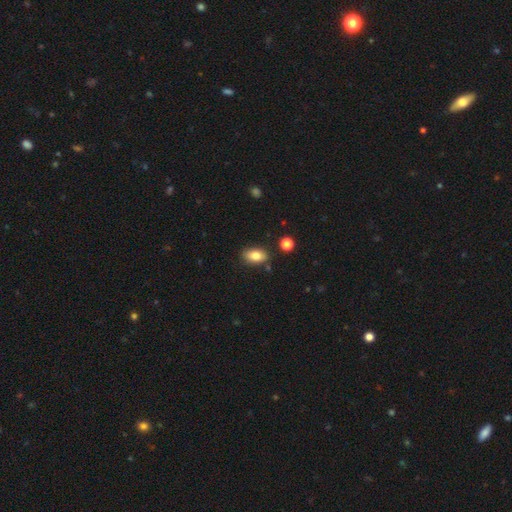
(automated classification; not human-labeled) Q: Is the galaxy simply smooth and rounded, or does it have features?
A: smooth — 81%.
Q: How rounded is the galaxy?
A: in between — 89%.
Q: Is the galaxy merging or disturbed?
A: none — 83%.